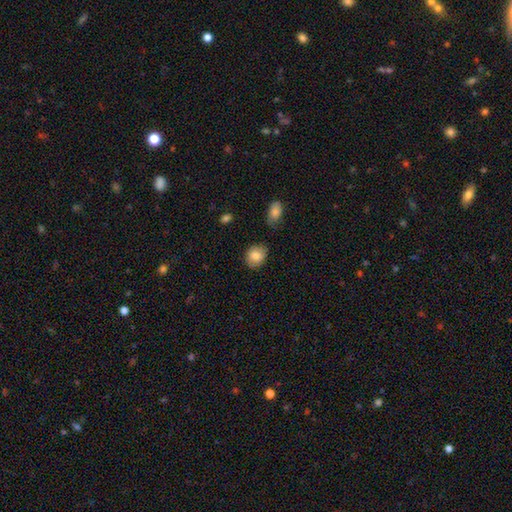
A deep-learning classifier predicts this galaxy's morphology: Smooth or featured: smooth — 83% (featured or disk — 9%)
How rounded: round — 51% (in between — 48%)
Merging: none — 79% (minor disturbance — 16%)